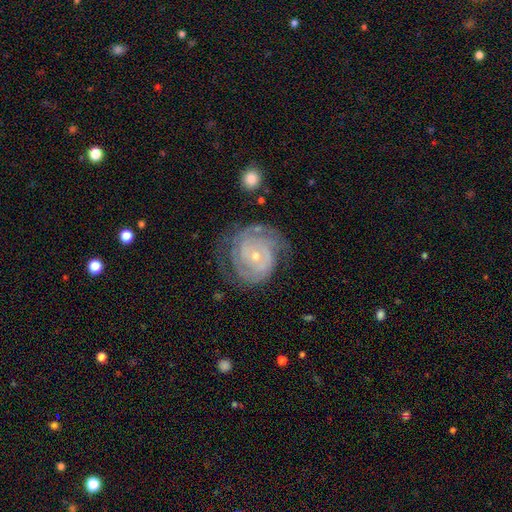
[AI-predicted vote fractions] Smooth or featured?
  - featured or disk: 87% *
  - smooth: 8%
  - star or artifact: 5%
Edge-on disk?
  - no: 98% *
  - yes: 2%
Bar?
  - no: 69% *
  - weak: 25%
  - strong: 6%
Spiral arms?
  - yes: 95% *
  - no: 5%
Spiral winding?
  - tight: 71% *
  - medium: 24%
  - loose: 6%
Spiral arm count?
  - 2: 48% *
  - can't tell: 23%
  - 3: 15%
  - 4: 5%
  - 1: 5%
  - more than 4: 4%
Bulge size?
  - small: 72% *
  - moderate: 24%
  - none: 1%
  - large: 1%
  - dominant: 1%
Merging?
  - none: 68% *
  - minor disturbance: 19%
  - major disturbance: 11%
  - merger: 2%